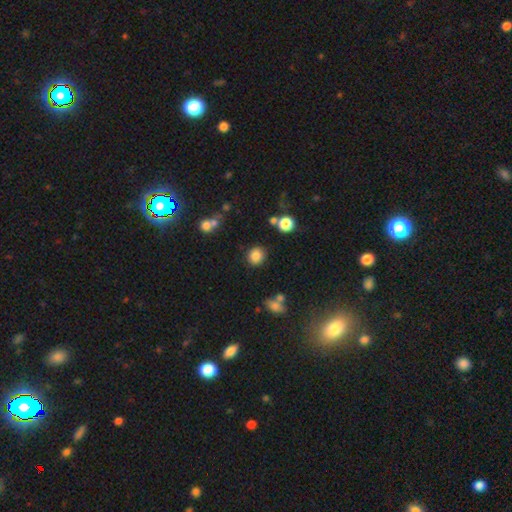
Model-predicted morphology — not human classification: Overall: smooth (84%). How rounded: round (79%). Merging: none (85%).